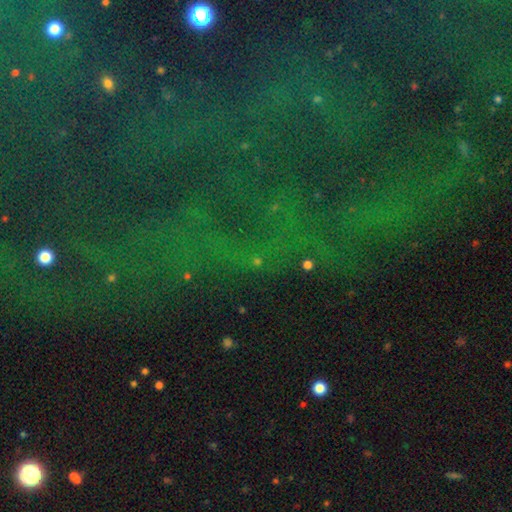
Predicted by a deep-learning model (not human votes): Overall: star or artifact (79%).